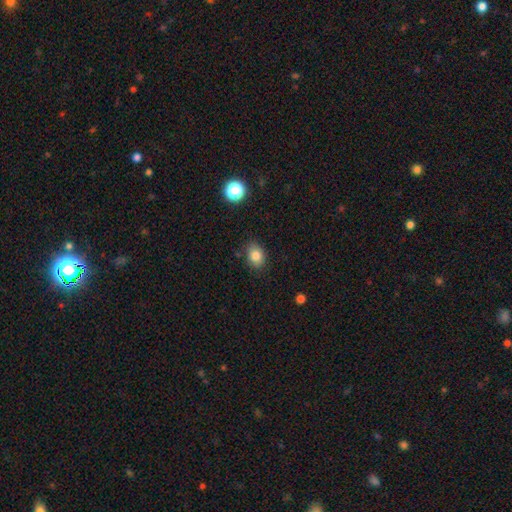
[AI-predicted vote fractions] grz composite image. It shows a smooth galaxy with no disk features (82%) that is in between round and cigar-shaped (64%). Merging: none (83%).